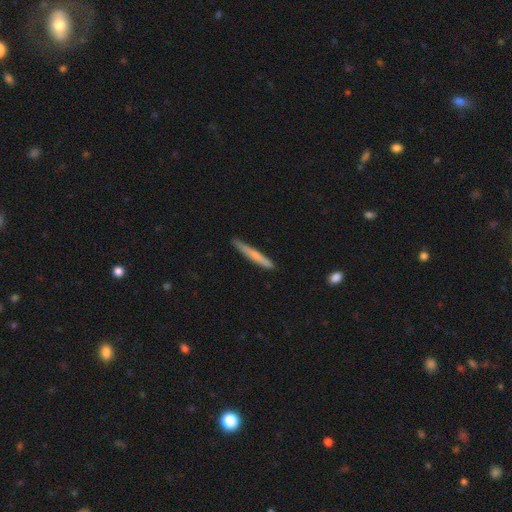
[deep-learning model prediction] A smooth galaxy with no disk features (65%) that is cigar-shaped (96%).

Vote fractions:
- Smooth or featured? smooth: 65% / featured or disk: 29% / star or artifact: 5%
- How rounded? cigar-shaped: 96% / in between: 3% / round: 1%
- Merging? none: 86% / minor disturbance: 11% / major disturbance: 2% / merger: 1%